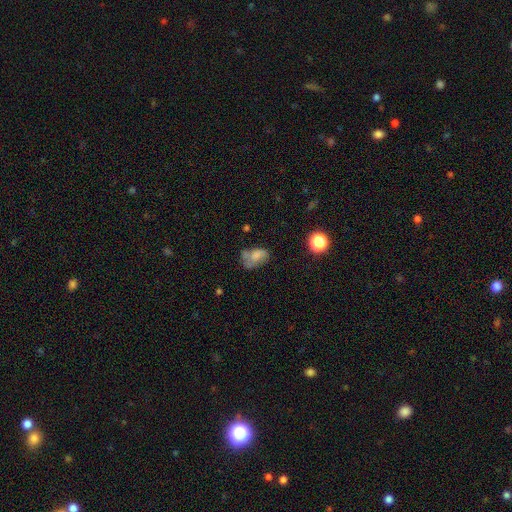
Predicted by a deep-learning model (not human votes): Morphology: type=smooth (54%); roundness=in between (84%); merging=none (36%).